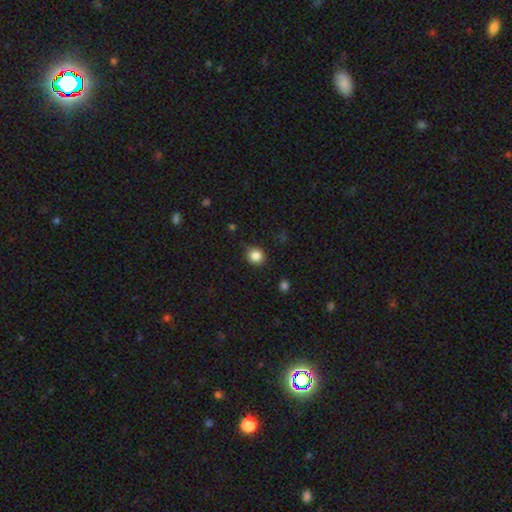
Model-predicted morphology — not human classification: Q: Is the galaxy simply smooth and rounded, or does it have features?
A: smooth — 84%.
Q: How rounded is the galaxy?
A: round — 86%.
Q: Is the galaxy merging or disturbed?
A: none — 83%.